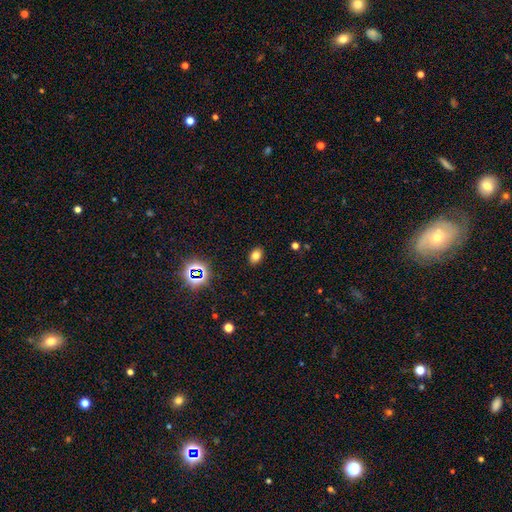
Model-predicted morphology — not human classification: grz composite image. It shows a smooth galaxy with no disk features (76%) that is in between round and cigar-shaped (82%). Merging: none (89%).